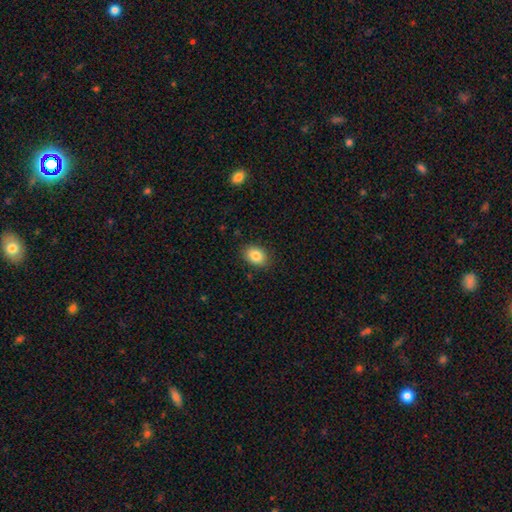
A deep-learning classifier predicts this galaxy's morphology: This appears to be a smooth galaxy with no disk features (85%) that is in between round and cigar-shaped (70%). Merging: none (86%).